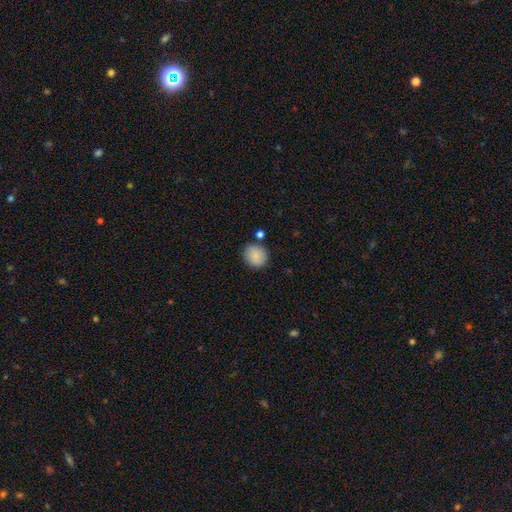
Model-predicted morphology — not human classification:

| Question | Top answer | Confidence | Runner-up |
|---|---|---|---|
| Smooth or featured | smooth | 87% | star or artifact (8%) |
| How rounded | round | 84% | in between (15%) |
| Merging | none | 81% | minor disturbance (10%) |